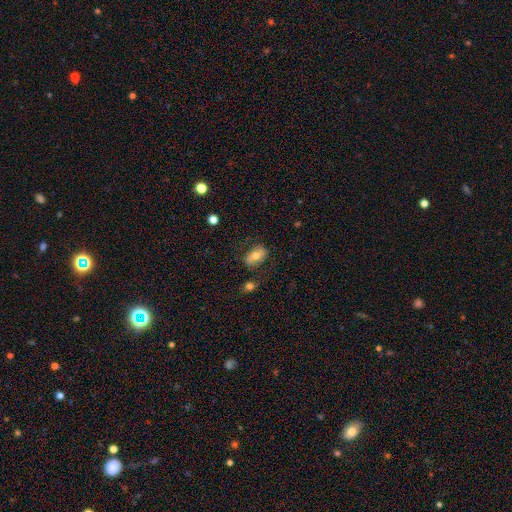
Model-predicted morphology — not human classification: Smooth or featured: smooth — 63% (featured or disk — 29%)
How rounded: in between — 87% (round — 10%)
Merging: none — 71% (minor disturbance — 17%)